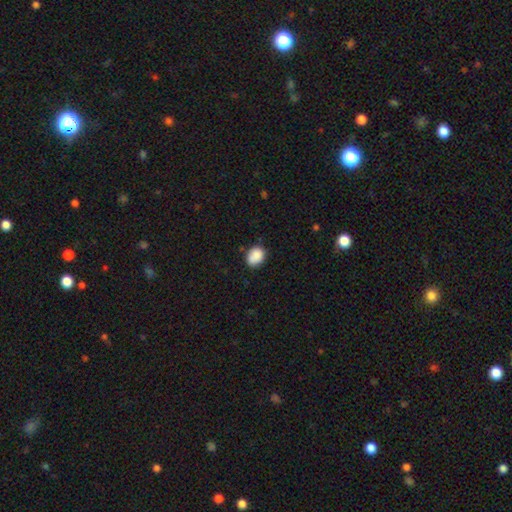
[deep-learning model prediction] smooth-or-featured: smooth: 87% | star or artifact: 8% | featured or disk: 4%
  how-rounded: round: 50% | in between: 49% | cigar-shaped: 1%
  merging: none: 75% | minor disturbance: 20% | major disturbance: 3% | merger: 2%